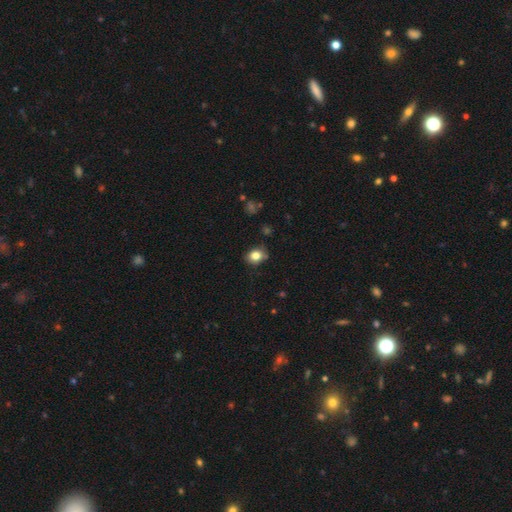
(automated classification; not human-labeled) The model was most divided on "how rounded": in between: 54%, round: 45%, cigar-shaped: 1%. More confident: smooth or featured — smooth (81%); merging — none (78%).